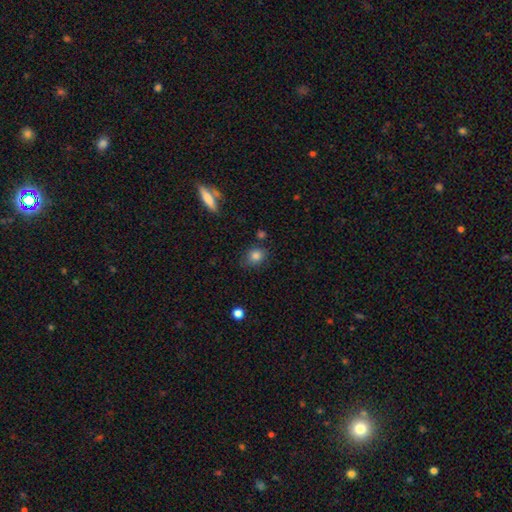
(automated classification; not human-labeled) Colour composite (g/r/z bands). It shows a smooth galaxy with no disk features (83%) that is round (58%). Merging: none (77%).